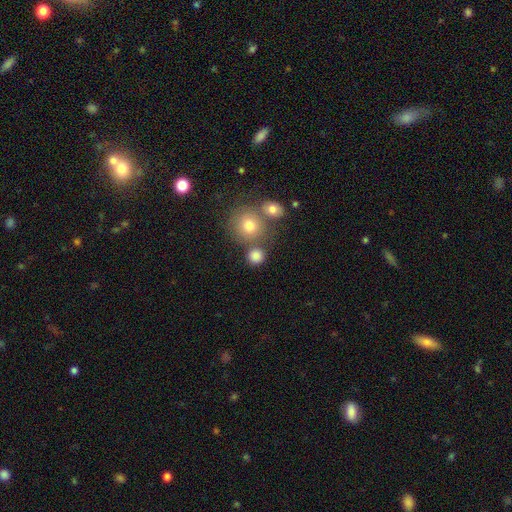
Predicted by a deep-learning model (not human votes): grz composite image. It shows a smooth galaxy with no disk features (82%) that is round (86%). Merging: none (68%).